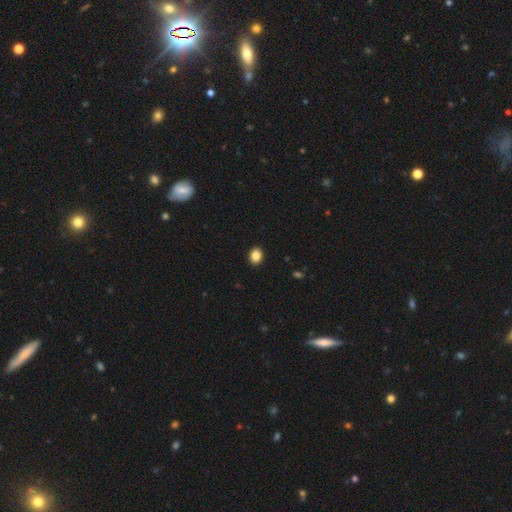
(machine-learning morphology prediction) This appears to be a smooth galaxy with no disk features (86%) that is round (52%). Merging: none (92%).